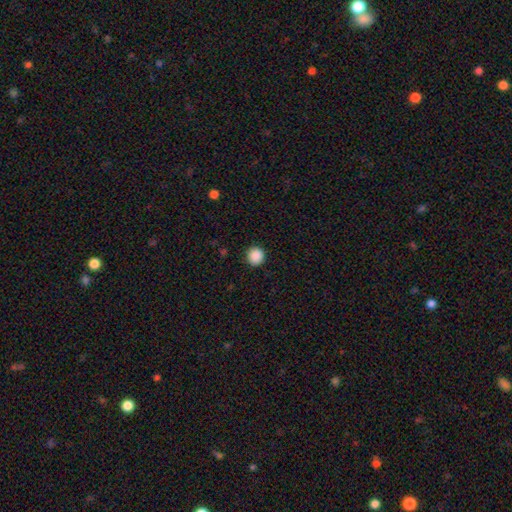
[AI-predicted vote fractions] Morphology: type=smooth (89%); roundness=round (93%); merging=none (92%).